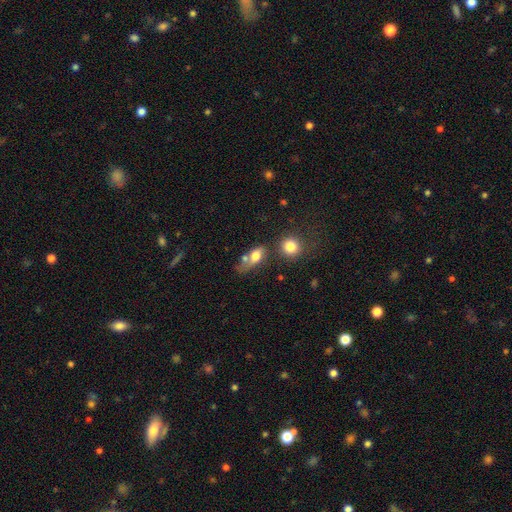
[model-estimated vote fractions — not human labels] This is likely a smooth galaxy (70%). How rounded: likely in between (72%). Merging: marginally merger (29%, tied with none).